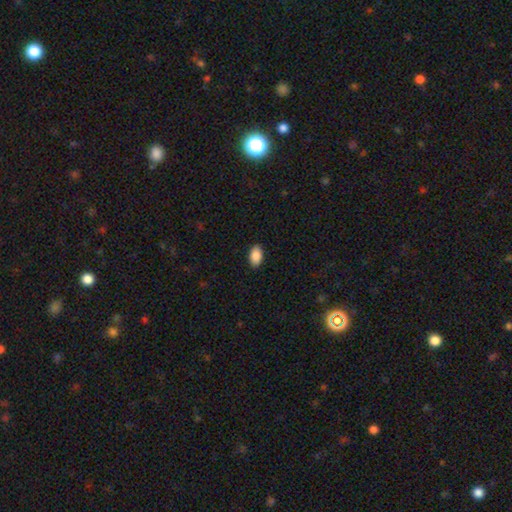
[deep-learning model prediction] smooth 89%, star or artifact 7%, featured or disk 4%. Down the decision tree: how rounded — in between (93%); merging — none (90%).